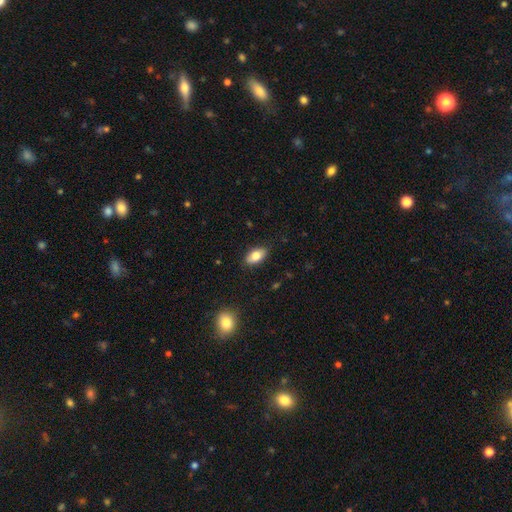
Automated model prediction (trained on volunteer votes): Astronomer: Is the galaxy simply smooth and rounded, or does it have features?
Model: smooth — 80%.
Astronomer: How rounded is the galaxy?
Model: in between — 91%.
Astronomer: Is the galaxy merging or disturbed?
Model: none — 87%.